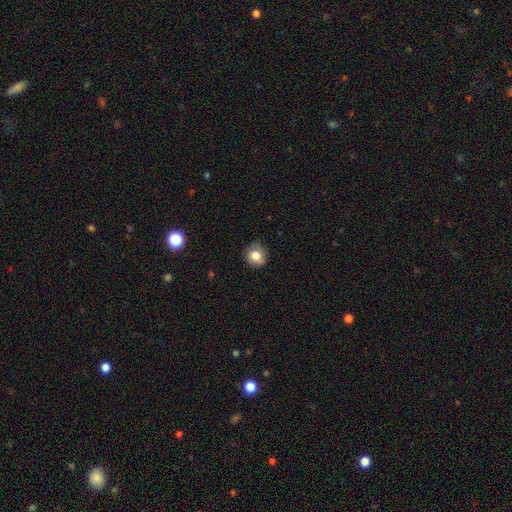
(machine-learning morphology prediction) smooth 78%, featured or disk 12%, star or artifact 10%. Down the decision tree: how rounded — round (84%); merging — none (78%).